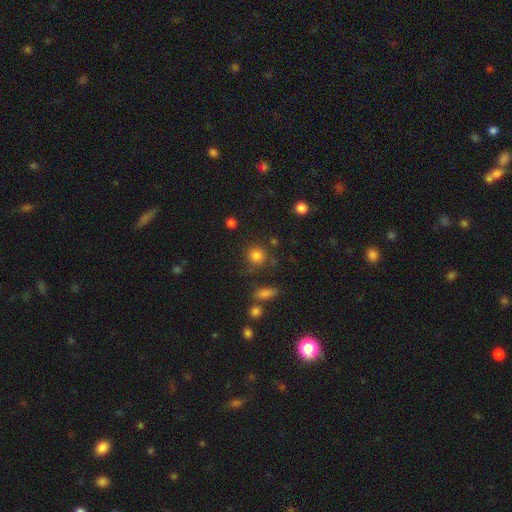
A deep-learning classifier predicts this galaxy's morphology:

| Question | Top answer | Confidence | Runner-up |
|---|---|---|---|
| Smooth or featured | smooth | 80% | star or artifact (14%) |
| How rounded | round | 89% | in between (10%) |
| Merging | none | 75% | minor disturbance (12%) |